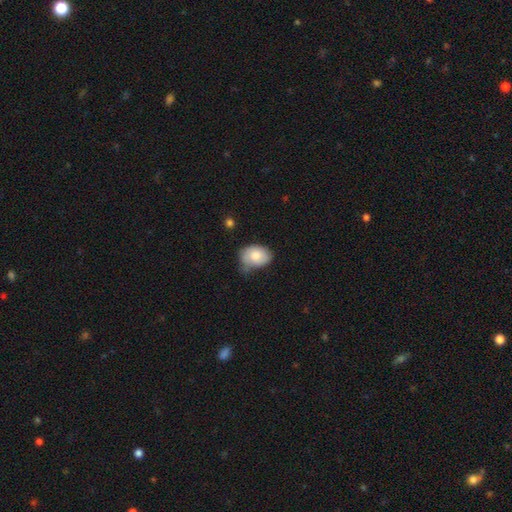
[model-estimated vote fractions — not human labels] Smooth or featured? smooth (78%)
How rounded? in between (74%)
Merging? minor disturbance (44%)